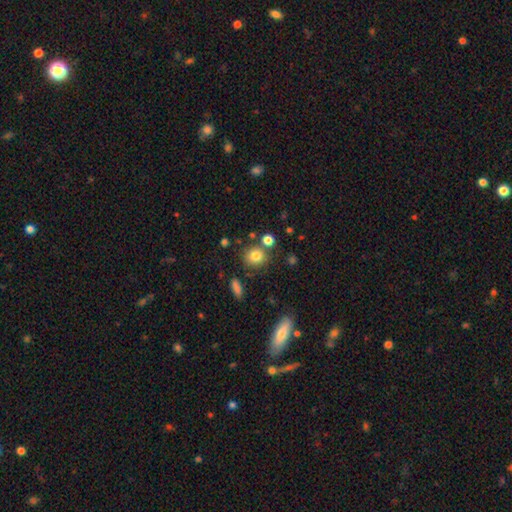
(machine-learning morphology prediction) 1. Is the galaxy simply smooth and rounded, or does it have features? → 80% smooth, 12% star or artifact, 8% featured or disk.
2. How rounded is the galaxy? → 77% round, 22% in between, 1% cigar-shaped.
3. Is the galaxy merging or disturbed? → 72% none, 12% merger, 12% minor disturbance, 4% major disturbance.